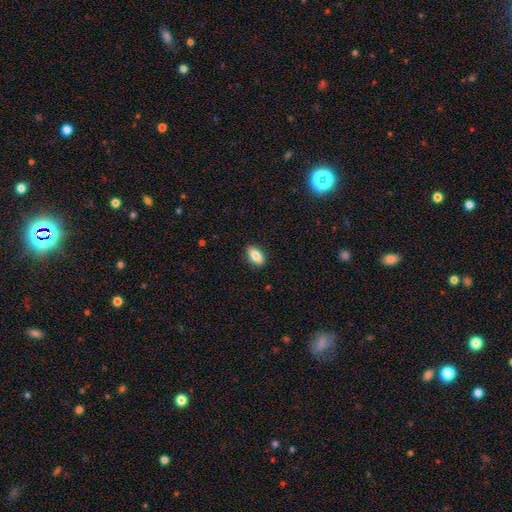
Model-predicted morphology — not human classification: smooth 83%, featured or disk 10%, star or artifact 7%. Down the decision tree: how rounded — in between (86%); merging — none (86%).